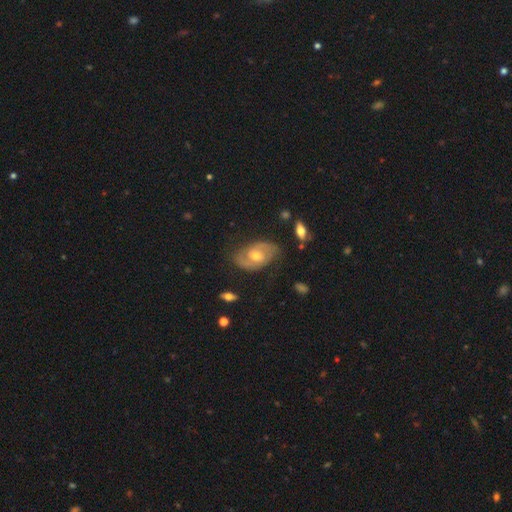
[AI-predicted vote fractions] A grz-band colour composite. It shows a featured or disk galaxy (78%) with no bar (50%), 2 (87%) medium (47%) spiral arms (90%) and a moderate central bulge (70%). Merging: none (76%).